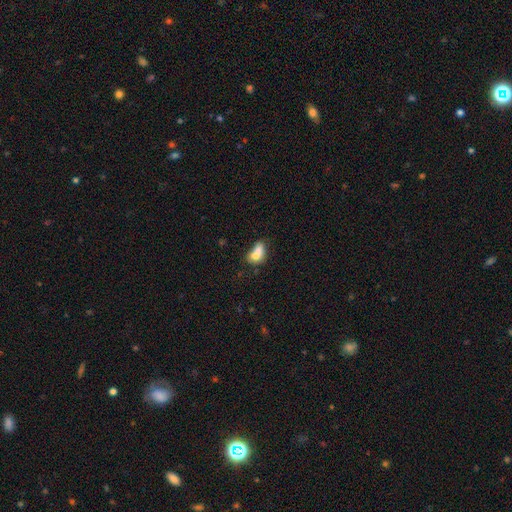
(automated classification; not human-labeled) smooth_or_featured: smooth (p=0.71) [alt: featured or disk p=0.19]
how_rounded: in between (p=0.78) [alt: round p=0.19]
merging: merger (p=0.54) [alt: none p=0.23]